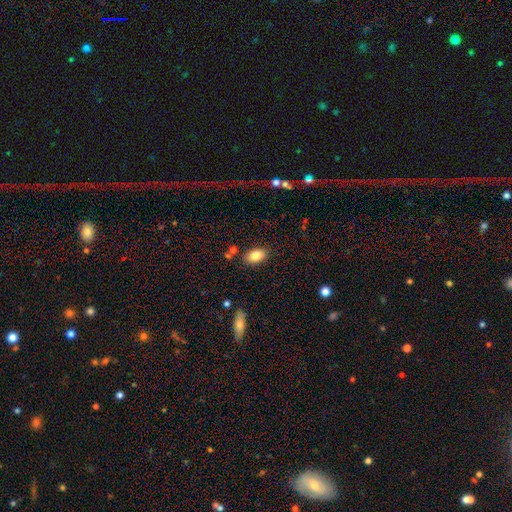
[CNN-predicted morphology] Smooth or featured?
  - smooth: 83% *
  - featured or disk: 8%
  - star or artifact: 8%
How rounded?
  - in between: 89% *
  - round: 10%
  - cigar-shaped: 2%
Merging?
  - none: 84% *
  - minor disturbance: 11%
  - merger: 3%
  - major disturbance: 3%